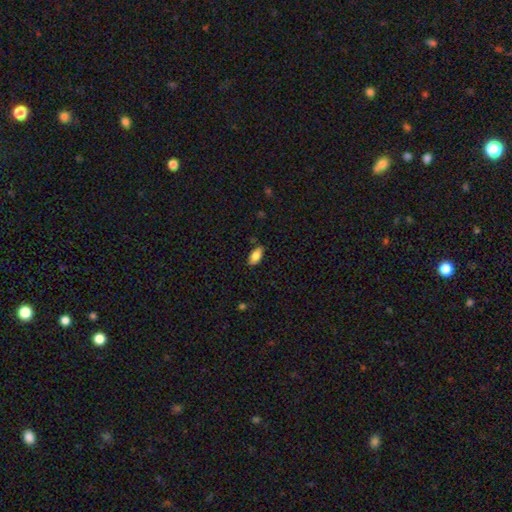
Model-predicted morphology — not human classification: smooth 80%, featured or disk 13%, star or artifact 7%. Down the decision tree: how rounded — in between (91%); merging — none (80%).